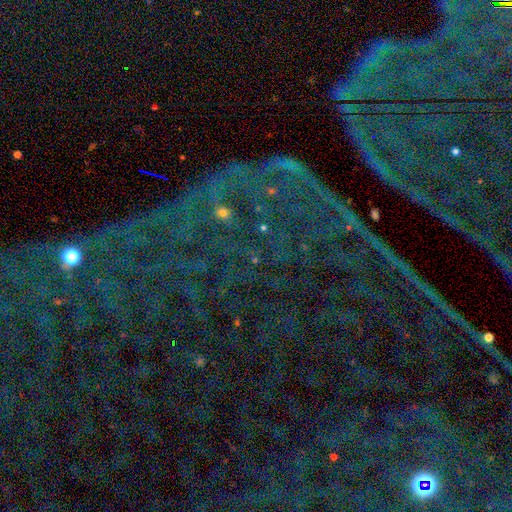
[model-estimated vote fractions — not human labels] A star or artifact, not a galaxy (84%).